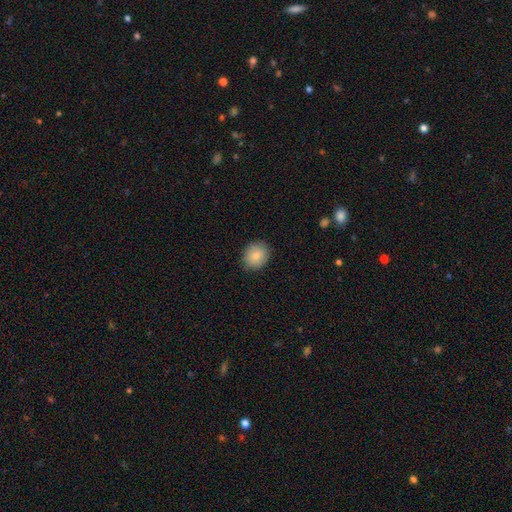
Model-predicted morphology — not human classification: smooth_or_featured: smooth (p=0.84) [alt: featured or disk p=0.08]
how_rounded: round (p=0.65) [alt: in between p=0.34]
merging: none (p=0.88) [alt: minor disturbance p=0.09]